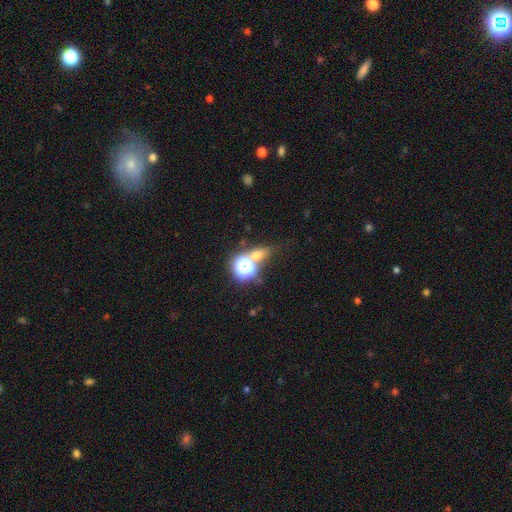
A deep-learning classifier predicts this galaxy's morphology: Smooth or featured? smooth (53%)
How rounded? round (55%)
Merging? none (59%)